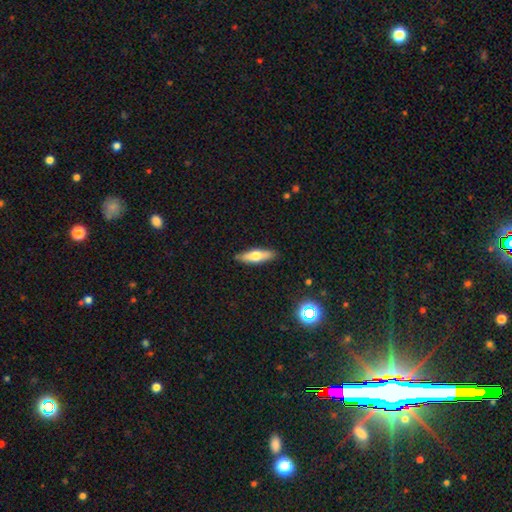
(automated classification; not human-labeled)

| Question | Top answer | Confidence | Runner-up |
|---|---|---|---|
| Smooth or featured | smooth | 54% | featured or disk (40%) |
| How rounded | cigar-shaped | 55% | in between (43%) |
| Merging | none | 87% | minor disturbance (9%) |